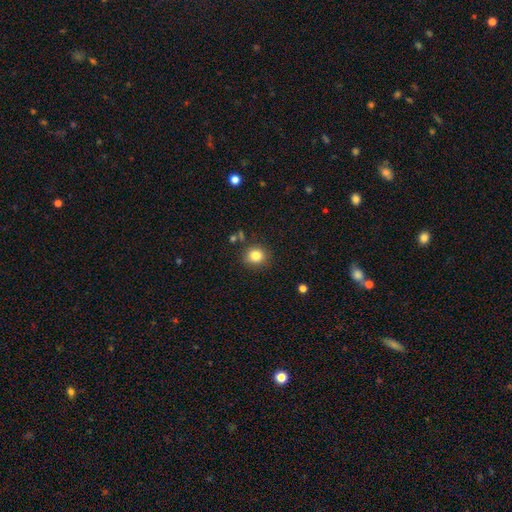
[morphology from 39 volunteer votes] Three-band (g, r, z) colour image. It shows a smooth galaxy with no disk features (92%) that is round (92%). Merging: none (92%).